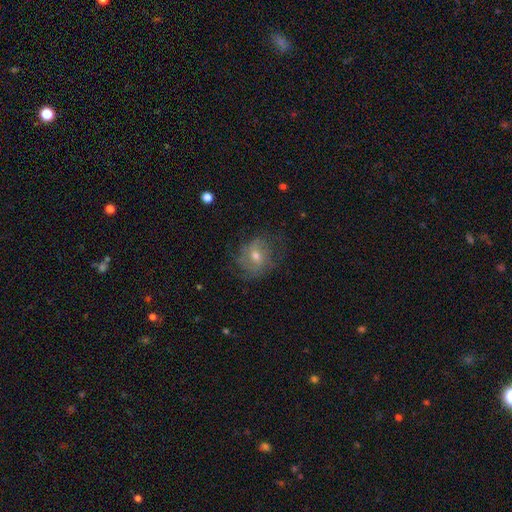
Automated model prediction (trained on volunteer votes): smooth_or_featured: featured or disk (p=0.53) [alt: smooth p=0.36]
disk_edge_on: no (p=0.96) [alt: yes p=0.04]
bar: no (p=0.58) [alt: weak p=0.34]
has_spiral_arms: yes (p=0.66) [alt: no p=0.34]
bulge_size: moderate (p=0.58) [alt: small p=0.37]
merging: none (p=0.61) [alt: minor disturbance p=0.23]